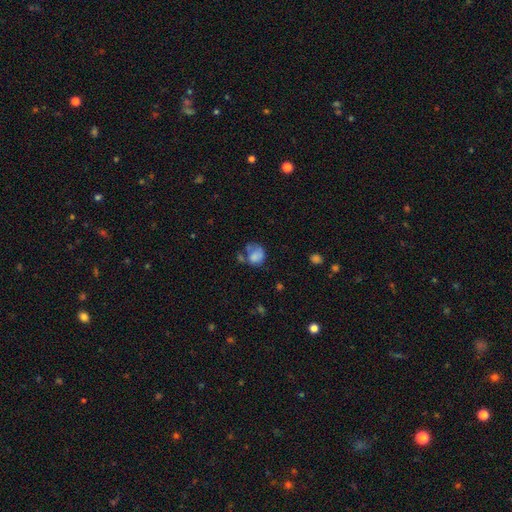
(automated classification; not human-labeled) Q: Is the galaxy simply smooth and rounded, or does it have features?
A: smooth — 69%.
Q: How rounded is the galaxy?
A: round — 55%.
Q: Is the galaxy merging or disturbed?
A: none — 29%.